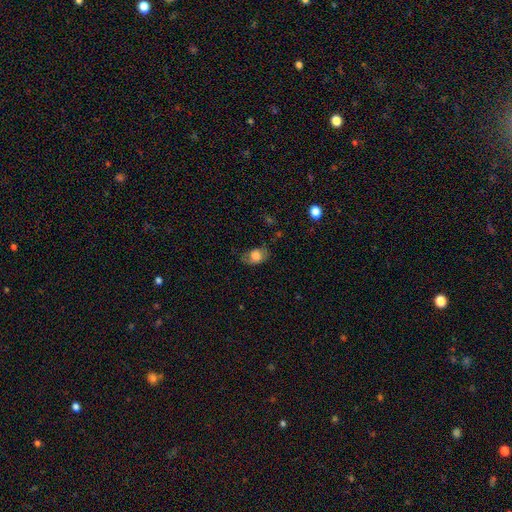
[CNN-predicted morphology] Smooth or featured? smooth (69%)
How rounded? in between (76%)
Merging? none (53%)